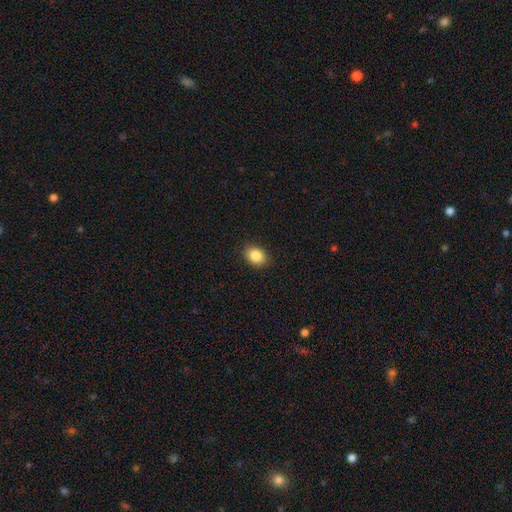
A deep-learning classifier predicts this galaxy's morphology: Overall: smooth (86%). How rounded: in between (59%; round 40%). Merging: none (89%).